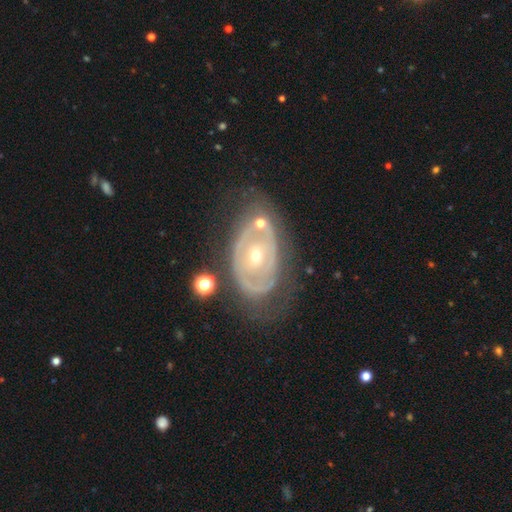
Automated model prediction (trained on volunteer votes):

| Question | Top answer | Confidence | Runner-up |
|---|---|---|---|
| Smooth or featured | featured or disk | 79% | smooth (15%) |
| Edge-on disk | no | 94% | yes (6%) |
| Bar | no | 77% | weak (16%) |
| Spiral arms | no | 52% | yes (48%) |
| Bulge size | small | 59% | moderate (38%) |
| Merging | none | 59% | minor disturbance (22%) |